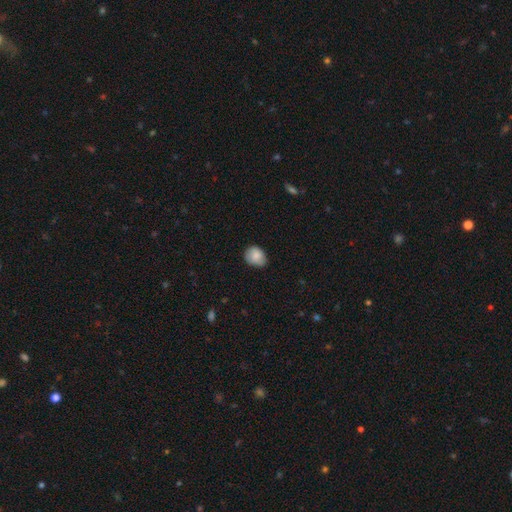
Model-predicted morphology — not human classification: Overall: smooth (82%). How rounded: round (57%; in between 42%). Merging: none (70%).